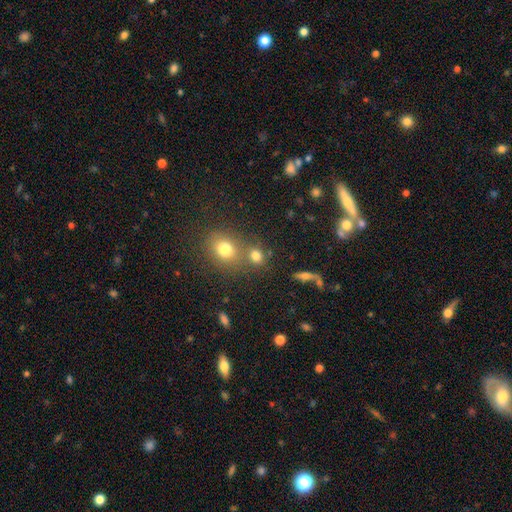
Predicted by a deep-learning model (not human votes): Smooth or featured?
  - smooth: 75% *
  - star or artifact: 16%
  - featured or disk: 9%
How rounded?
  - round: 70% *
  - in between: 28%
  - cigar-shaped: 2%
Merging?
  - none: 55% *
  - merger: 32%
  - minor disturbance: 9%
  - major disturbance: 4%